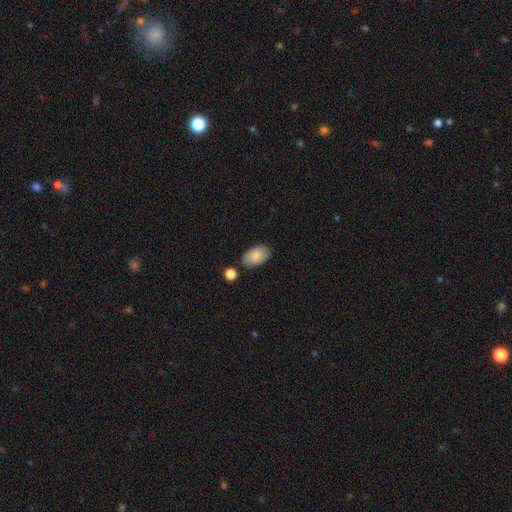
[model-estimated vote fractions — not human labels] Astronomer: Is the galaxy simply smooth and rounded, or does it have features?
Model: smooth — 84%.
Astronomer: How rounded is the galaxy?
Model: in between — 93%.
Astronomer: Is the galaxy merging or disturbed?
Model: none — 75%.